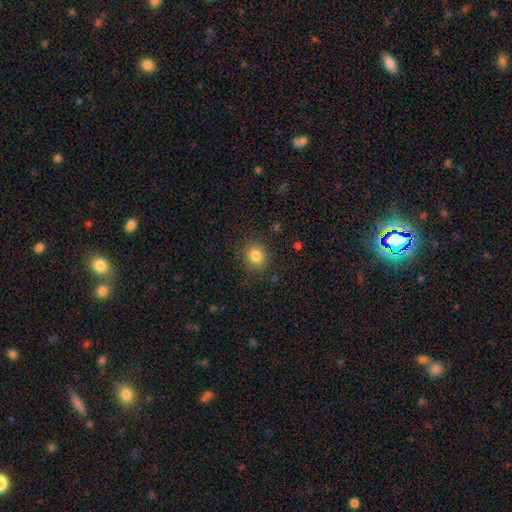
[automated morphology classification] Smooth or featured?
  - smooth: 82% *
  - star or artifact: 12%
  - featured or disk: 7%
How rounded?
  - round: 76% *
  - in between: 23%
  - cigar-shaped: 1%
Merging?
  - none: 86% *
  - minor disturbance: 10%
  - major disturbance: 3%
  - merger: 1%